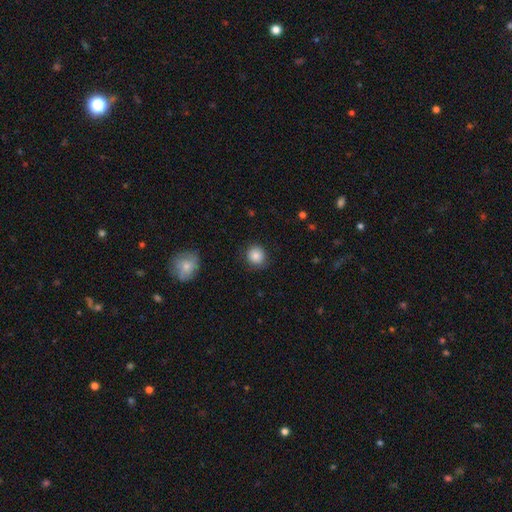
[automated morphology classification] smooth_or_featured: smooth (p=0.85) [alt: star or artifact p=0.09]
how_rounded: round (p=0.88) [alt: in between p=0.12]
merging: none (p=0.84) [alt: minor disturbance p=0.12]